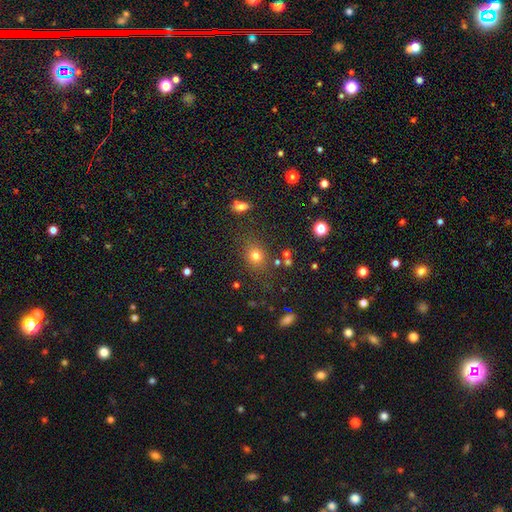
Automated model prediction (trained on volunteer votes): Q: Smooth or featured?
A: smooth (73%); runner-up: star or artifact (18%)
Q: How rounded?
A: round (64%); runner-up: in between (35%)
Q: Merging?
A: none (79%); runner-up: minor disturbance (12%)